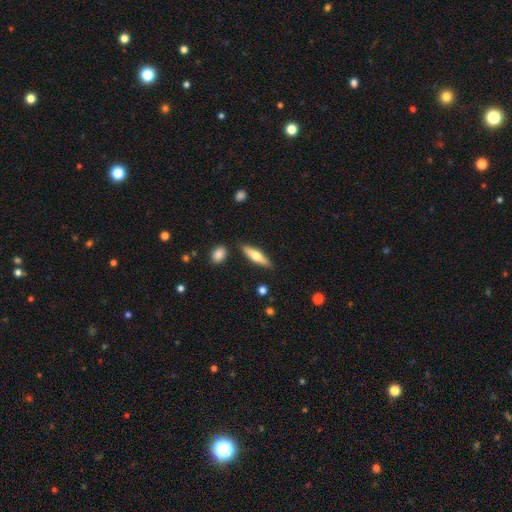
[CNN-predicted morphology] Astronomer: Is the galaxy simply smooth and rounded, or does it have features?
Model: smooth — 53% (runner-up: featured or disk, 41%).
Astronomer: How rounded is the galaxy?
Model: cigar-shaped — 69%.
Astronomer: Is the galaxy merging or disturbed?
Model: none — 84%.